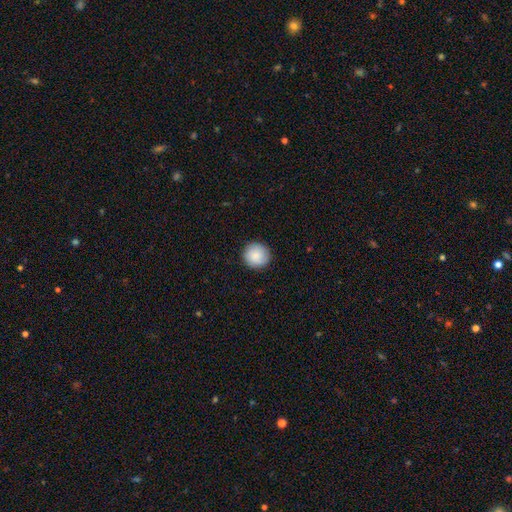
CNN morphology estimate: smooth 86%, featured or disk 7%, star or artifact 7%. Down the decision tree: how rounded — round (93%); merging — none (90%).